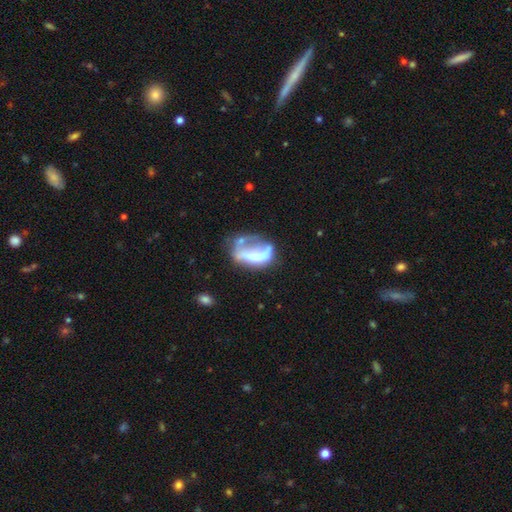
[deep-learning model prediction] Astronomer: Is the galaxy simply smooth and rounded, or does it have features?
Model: featured or disk — 50% (runner-up: smooth, 41%).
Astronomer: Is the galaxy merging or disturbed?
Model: major disturbance — 40% (runner-up: none, 24%).